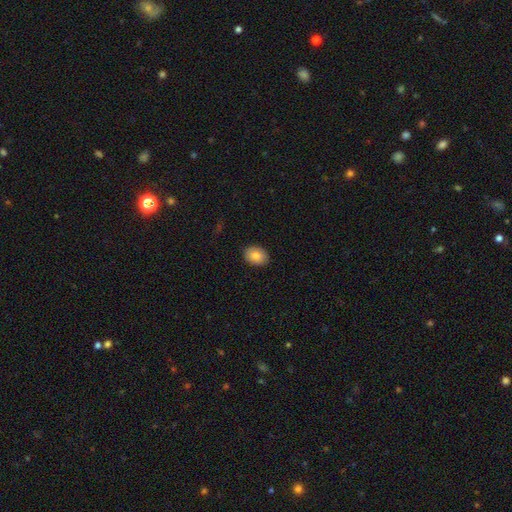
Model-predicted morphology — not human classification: smooth-or-featured: smooth: 81% | featured or disk: 11% | star or artifact: 8%
  how-rounded: in between: 60% | round: 39% | cigar-shaped: 1%
  merging: none: 90% | minor disturbance: 8% | major disturbance: 2% | merger: 1%